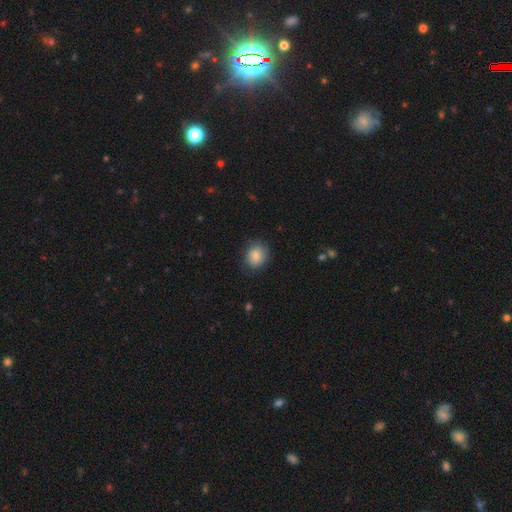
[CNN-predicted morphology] Q: Smooth or featured?
A: smooth (81%); runner-up: featured or disk (10%)
Q: How rounded?
A: round (63%); runner-up: in between (36%)
Q: Merging?
A: none (80%); runner-up: minor disturbance (15%)